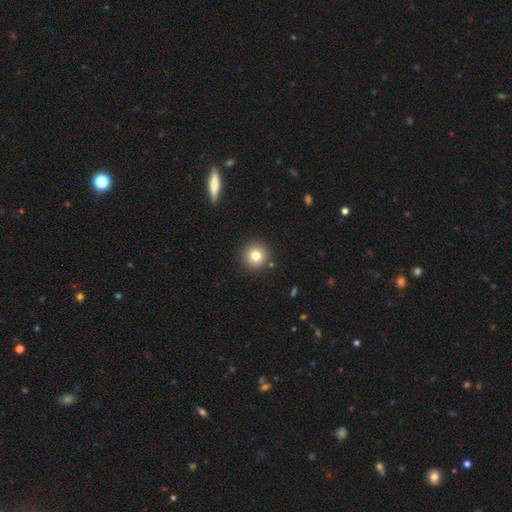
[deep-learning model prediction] Smooth or featured? smooth (79%)
How rounded? round (95%)
Merging? none (89%)